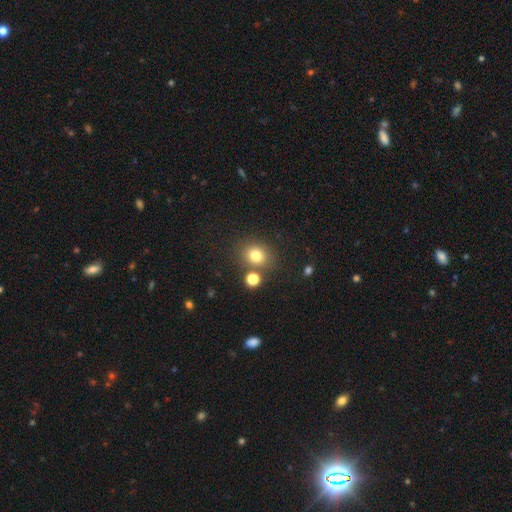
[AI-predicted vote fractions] Morphology: type=smooth (78%); roundness=round (71%); merging=none (75%).